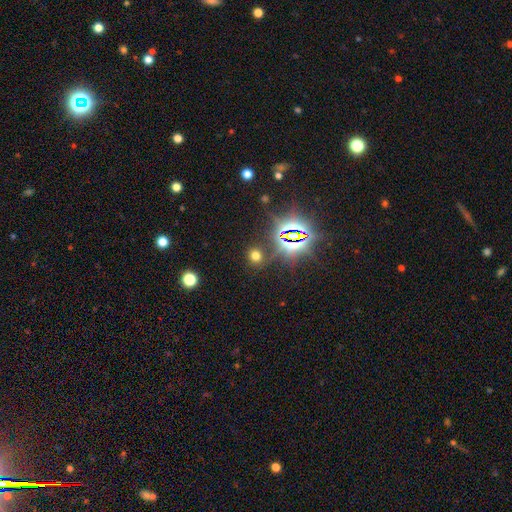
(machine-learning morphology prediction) This is possibly a smooth galaxy (56%). How rounded: likely round (80%). Merging: clearly none (81%).